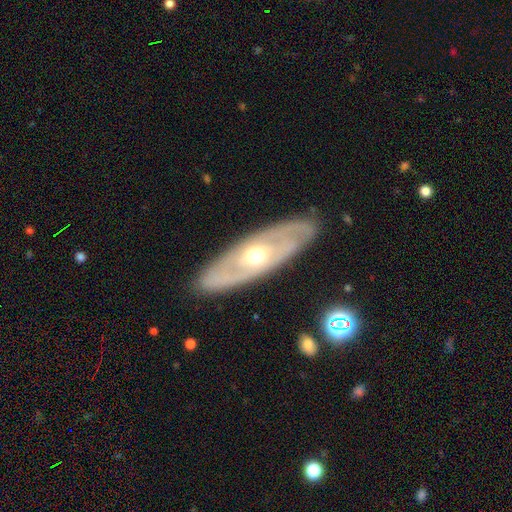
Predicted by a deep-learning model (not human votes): Q: Smooth or featured?
A: featured or disk (70%); runner-up: smooth (25%)
Q: Edge-on disk?
A: no (75%); runner-up: yes (25%)
Q: Bar?
A: no (81%); runner-up: weak (14%)
Q: Spiral arms?
A: no (59%); runner-up: yes (41%)
Q: Bulge size?
A: moderate (74%); runner-up: small (13%)
Q: Merging?
A: none (86%); runner-up: minor disturbance (10%)